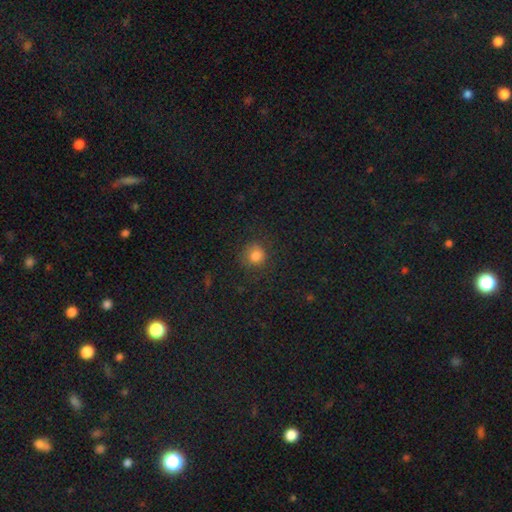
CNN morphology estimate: This is likely a smooth galaxy (79%). How rounded: clearly round (88%). Merging: likely none (78%).